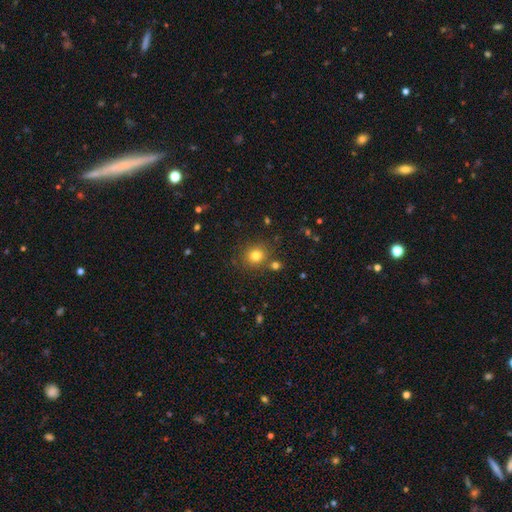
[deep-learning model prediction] This is likely a smooth galaxy (78%). How rounded: clearly round (84%). Merging: clearly none (80%).